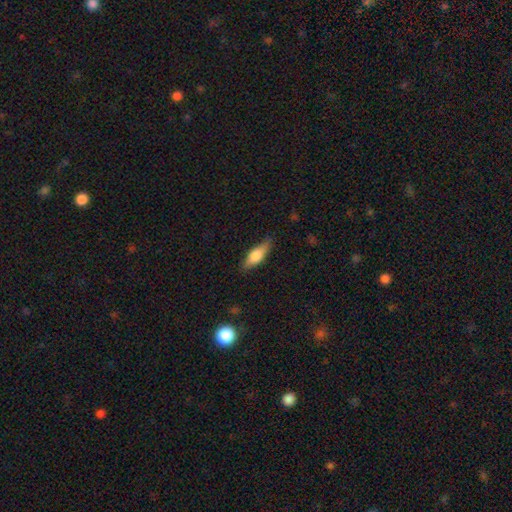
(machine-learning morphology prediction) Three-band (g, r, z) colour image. It shows a smooth galaxy with no disk features (60%) that is in between round and cigar-shaped (57%). Merging: none (79%).